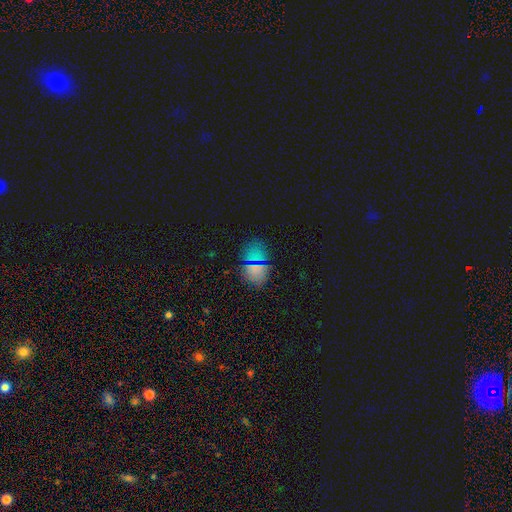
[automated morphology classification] This appears to be a smooth galaxy with no disk features (58%) that is in between round and cigar-shaped (69%). Merging: none (82%).